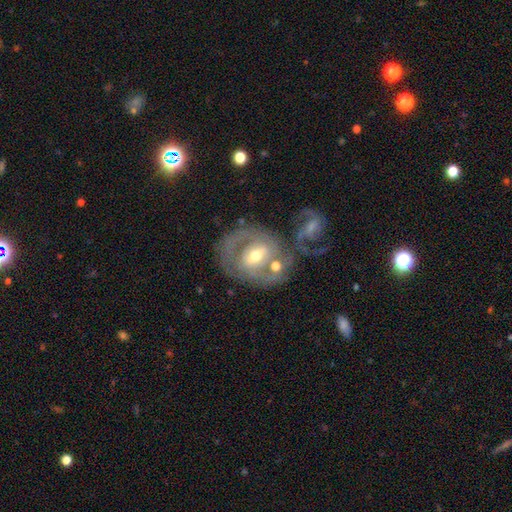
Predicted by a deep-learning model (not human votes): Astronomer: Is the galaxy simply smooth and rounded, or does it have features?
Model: featured or disk — 80%.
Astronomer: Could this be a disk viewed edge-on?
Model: no — 96%.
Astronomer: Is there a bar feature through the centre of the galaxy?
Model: weak — 44% (runner-up: strong, 34%).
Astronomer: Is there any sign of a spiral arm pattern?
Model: yes — 82%.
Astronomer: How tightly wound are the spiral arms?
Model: tight — 45% (runner-up: medium, 41%).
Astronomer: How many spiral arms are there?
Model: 2 — 64%.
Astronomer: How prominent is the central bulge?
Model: moderate — 70%.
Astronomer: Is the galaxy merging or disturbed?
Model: none — 45% (runner-up: merger, 29%).